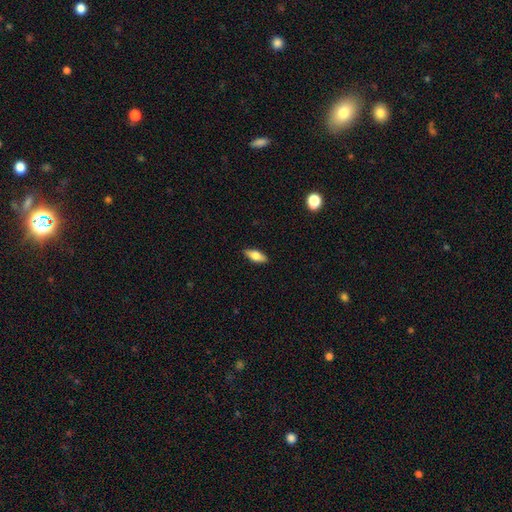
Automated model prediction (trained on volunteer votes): A smooth galaxy with no disk features (67%) that is in between round and cigar-shaped (72%).

Vote fractions:
- Smooth or featured? smooth: 67% / featured or disk: 27% / star or artifact: 6%
- How rounded? in between: 72% / cigar-shaped: 25% / round: 3%
- Merging? none: 89% / minor disturbance: 9% / major disturbance: 2% / merger: 1%